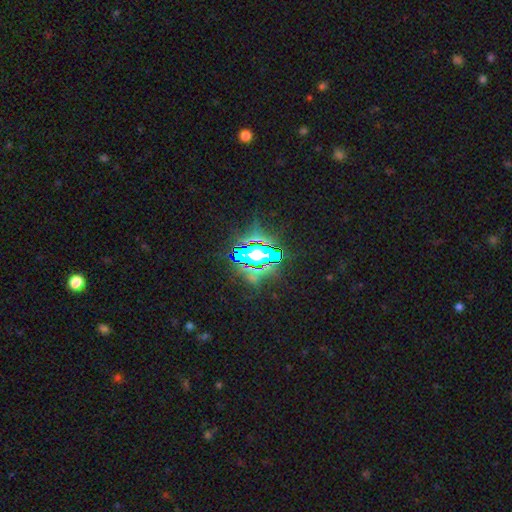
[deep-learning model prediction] smooth_or_featured: star or artifact (p=0.81) [alt: smooth p=0.10]